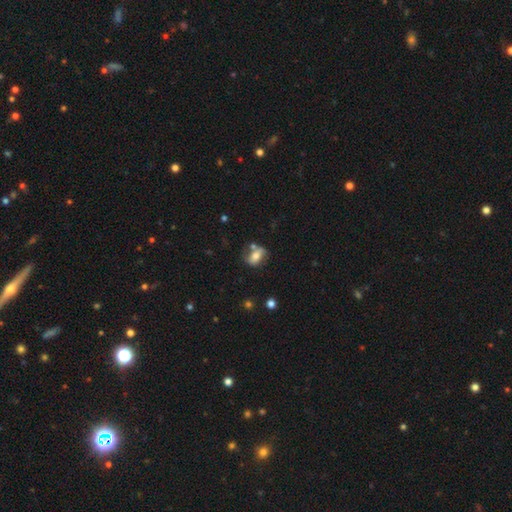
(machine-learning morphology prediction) Q: Smooth or featured?
A: smooth (53%); runner-up: featured or disk (38%)
Q: How rounded?
A: in between (76%); runner-up: round (20%)
Q: Merging?
A: none (49%); runner-up: minor disturbance (23%)